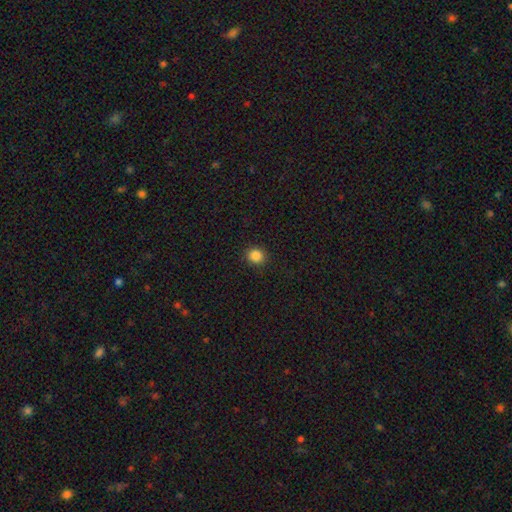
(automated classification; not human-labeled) This appears to be a smooth galaxy with no disk features (86%) that is round (86%). Merging: none (92%).